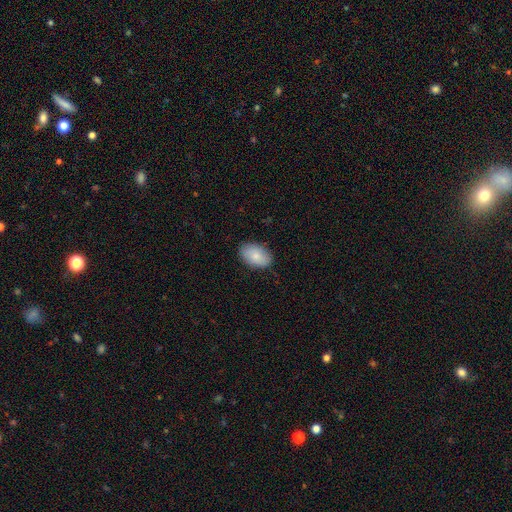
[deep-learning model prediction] Overall: smooth (85%). How rounded: in between (91%). Merging: none (86%).